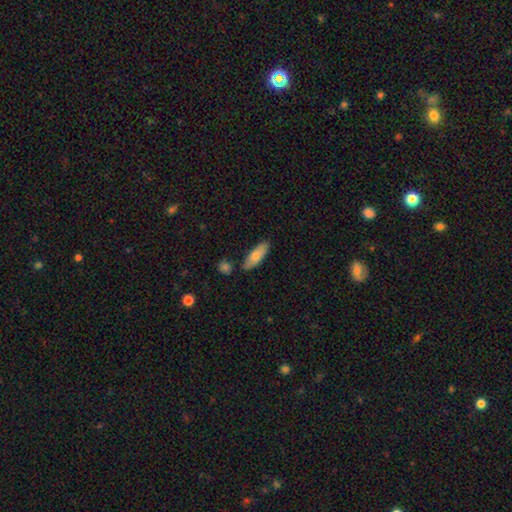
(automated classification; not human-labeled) A smooth galaxy with no disk features (74%) that is in between round and cigar-shaped (57%). Merging: none (82%).